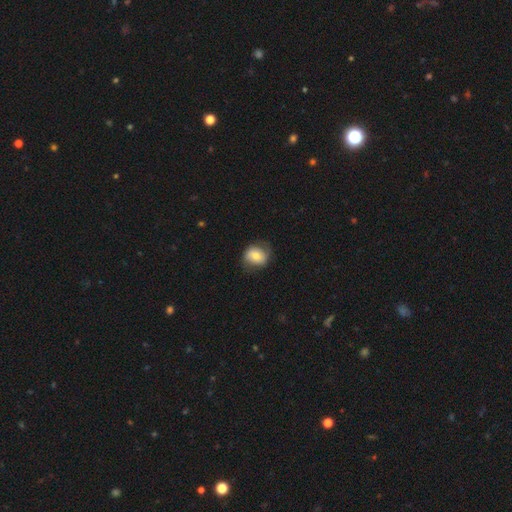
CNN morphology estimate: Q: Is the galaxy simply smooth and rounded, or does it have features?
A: smooth — 67%.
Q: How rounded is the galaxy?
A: round — 62%.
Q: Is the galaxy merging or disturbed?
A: none — 69%.